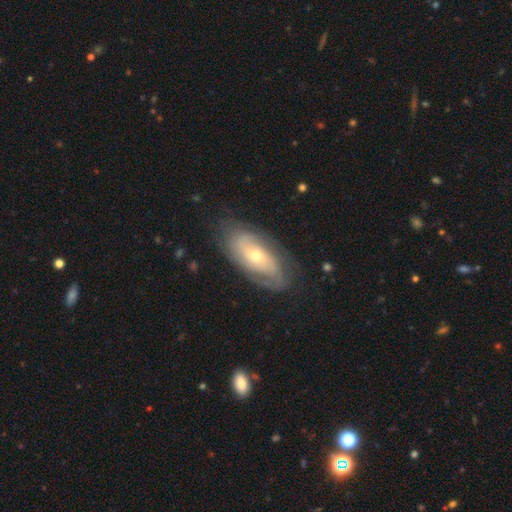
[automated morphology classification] smooth-or-featured: featured or disk: 77% | smooth: 17% | star or artifact: 6%
  disk-edge-on: no: 92% | yes: 8%
    bar: no: 72% | weak: 22% | strong: 6%
    has-spiral-arms: yes: 89% | no: 11%
      spiral-winding: tight: 56% | medium: 32% | loose: 12%
      spiral-arm-count: 2: 45% | can't tell: 34% | 3: 10% | 1: 4% | 4: 4% | more than 4: 3%
    bulge-size: small: 52% | moderate: 44% | large: 2% | none: 1% | dominant: 1%
  merging: none: 76% | minor disturbance: 17% | major disturbance: 6% | merger: 1%